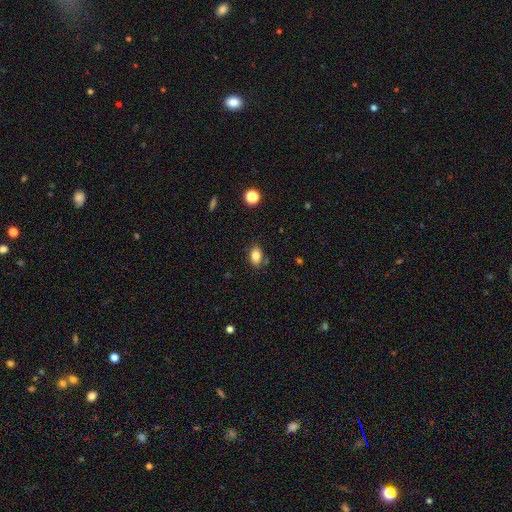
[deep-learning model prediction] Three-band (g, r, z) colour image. It shows a smooth galaxy with no disk features (82%) that is in between round and cigar-shaped (85%). Merging: none (82%).